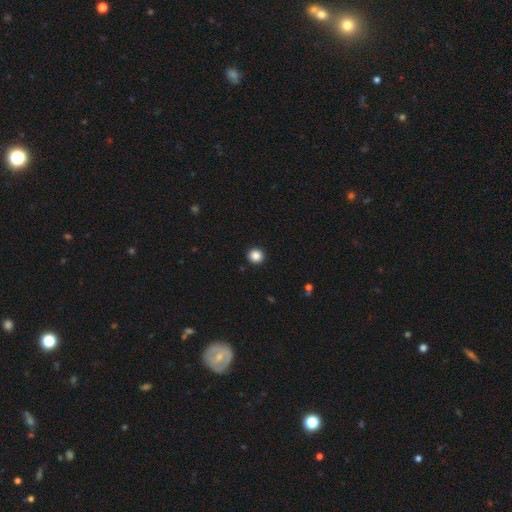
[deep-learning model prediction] The model was most divided on "smooth or featured": smooth: 86%, star or artifact: 10%, featured or disk: 3%. More confident: merging — none (93%); how rounded — round (93%).